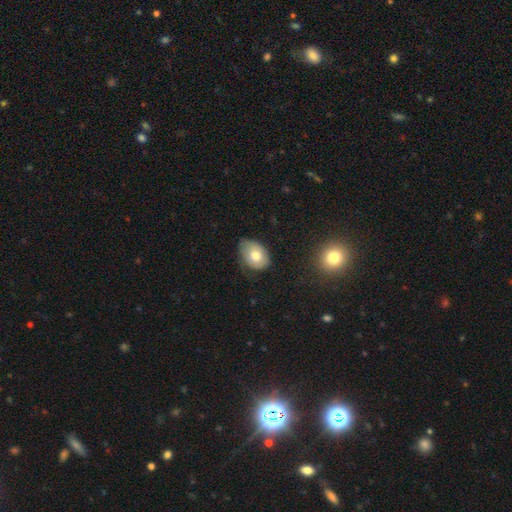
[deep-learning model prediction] A smooth galaxy with no disk features (72%) that is in between round and cigar-shaped (79%).

Vote fractions:
- Smooth or featured? smooth: 72% / featured or disk: 21% / star or artifact: 8%
- How rounded? in between: 79% / round: 20% / cigar-shaped: 1%
- Merging? none: 57% / minor disturbance: 35% / major disturbance: 7% / merger: 1%